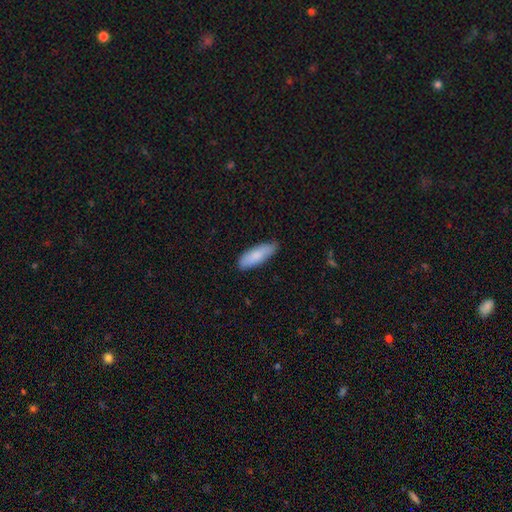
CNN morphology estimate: Smooth or featured: smooth — 84% (featured or disk — 11%)
How rounded: in between — 60% (cigar-shaped — 38%)
Merging: none — 80% (minor disturbance — 17%)